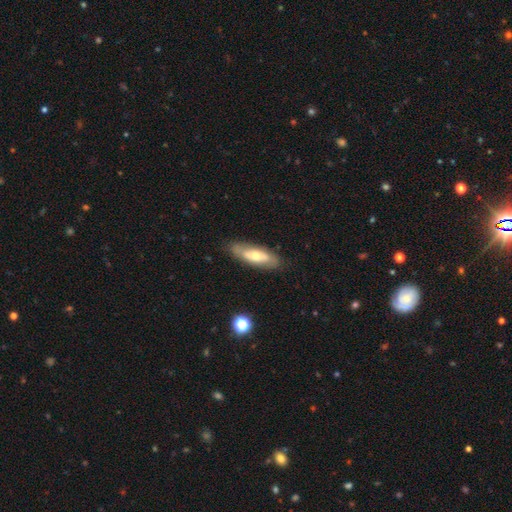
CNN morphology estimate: Smooth or featured: featured or disk — 50% (smooth — 44%)
Merging: none — 78% (minor disturbance — 16%)